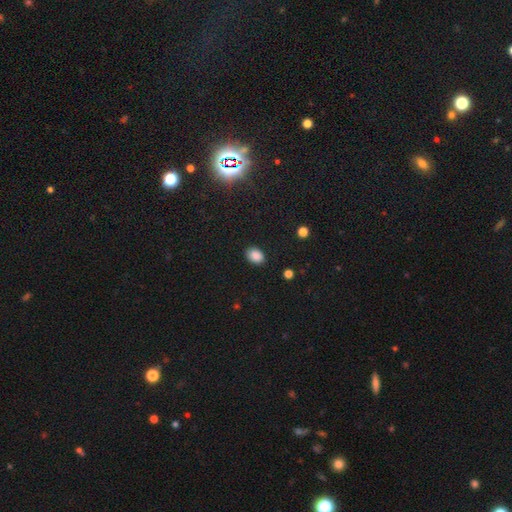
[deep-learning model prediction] smooth 87%, star or artifact 10%, featured or disk 3%. Down the decision tree: how rounded — in between (70%); merging — none (87%).